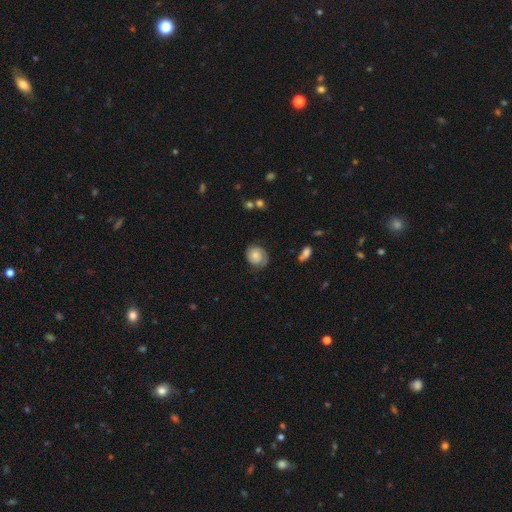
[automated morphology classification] smooth-or-featured: smooth: 47% | featured or disk: 45% | star or artifact: 9%
  merging: none: 68% | minor disturbance: 22% | major disturbance: 9% | merger: 2%